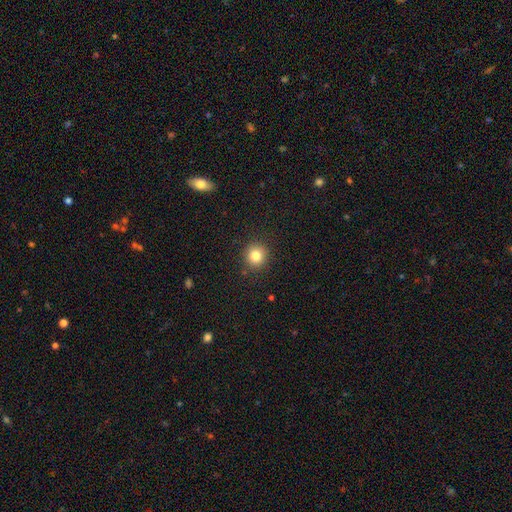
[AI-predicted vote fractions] A smooth galaxy with no disk features (82%) that is round (91%). Merging: none (90%).